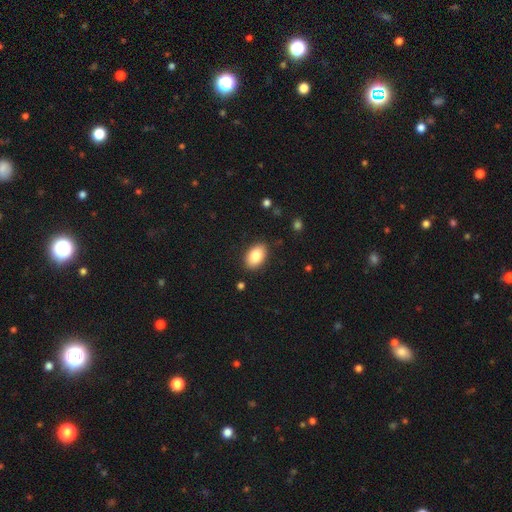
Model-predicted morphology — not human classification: Smooth or featured? Predicted: smooth (p=0.84). How rounded? Predicted: in between (p=0.91). Merging? Predicted: none (p=0.87).